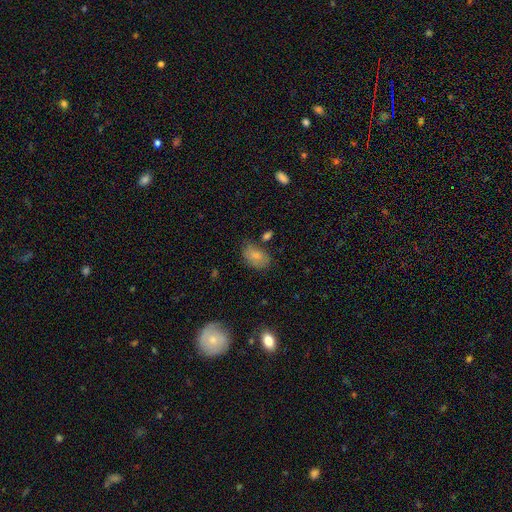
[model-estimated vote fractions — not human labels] smooth 83%, featured or disk 10%, star or artifact 8%. Down the decision tree: how rounded — in between (89%); merging — none (66%).